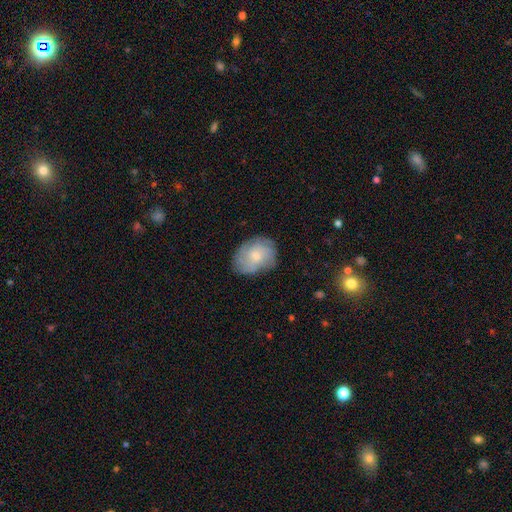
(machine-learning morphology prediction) The model was most divided on "smooth or featured": smooth: 52%, featured or disk: 40%, star or artifact: 8%. More confident: merging — none (72%); how rounded — in between (67%).